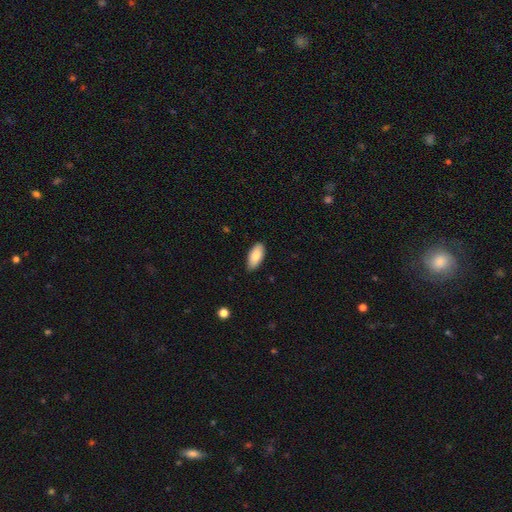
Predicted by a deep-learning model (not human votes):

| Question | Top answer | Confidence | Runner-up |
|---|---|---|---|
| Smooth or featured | smooth | 86% | featured or disk (8%) |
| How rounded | in between | 91% | cigar-shaped (8%) |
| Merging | none | 85% | minor disturbance (12%) |